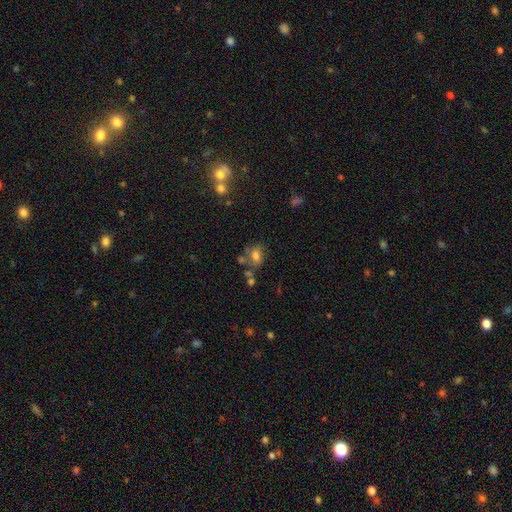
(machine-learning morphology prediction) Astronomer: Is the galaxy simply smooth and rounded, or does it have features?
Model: smooth — 67%.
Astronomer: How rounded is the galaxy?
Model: in between — 74%.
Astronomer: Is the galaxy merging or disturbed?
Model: none — 47%.